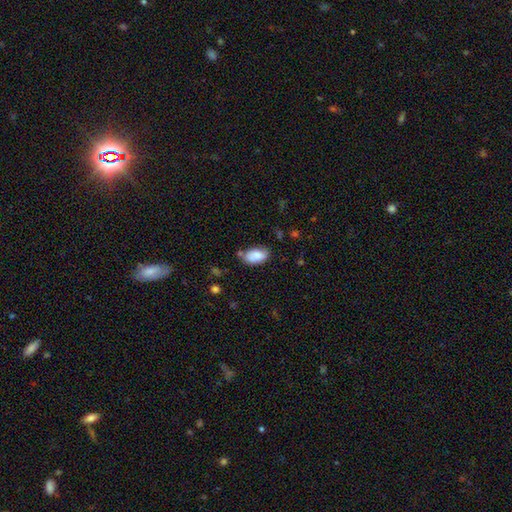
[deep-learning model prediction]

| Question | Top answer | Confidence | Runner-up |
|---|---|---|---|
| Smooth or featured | smooth | 83% | featured or disk (10%) |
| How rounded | in between | 93% | round (5%) |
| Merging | none | 65% | minor disturbance (22%) |